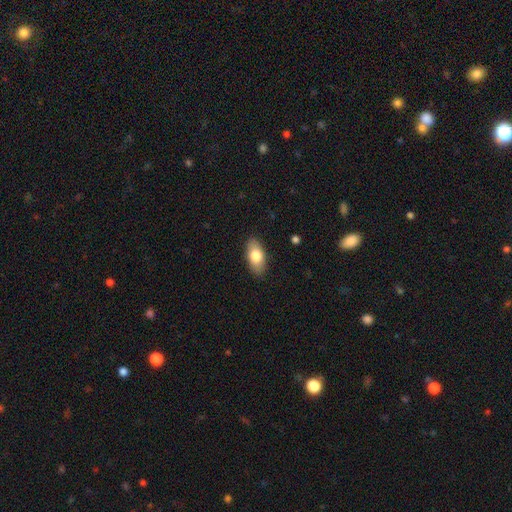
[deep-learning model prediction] smooth_or_featured: smooth (p=0.77) [alt: featured or disk p=0.17]
how_rounded: in between (p=0.91) [alt: cigar-shaped p=0.05]
merging: none (p=0.88) [alt: minor disturbance p=0.09]